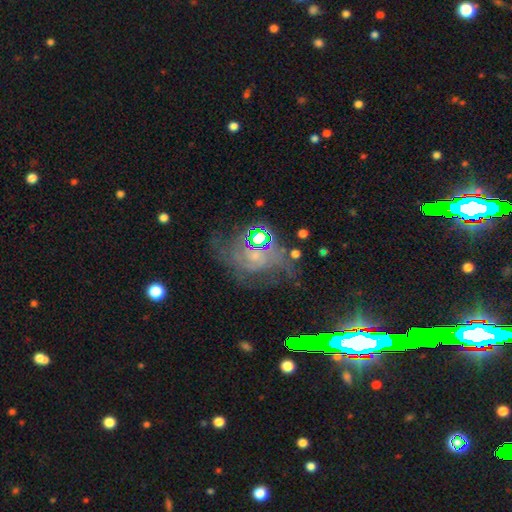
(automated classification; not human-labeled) A featured or disk galaxy (42%).

Vote fractions:
- Smooth or featured? featured or disk: 42% / star or artifact: 40% / smooth: 18%
- Merging? none: 61% / major disturbance: 16% / minor disturbance: 16% / merger: 6%